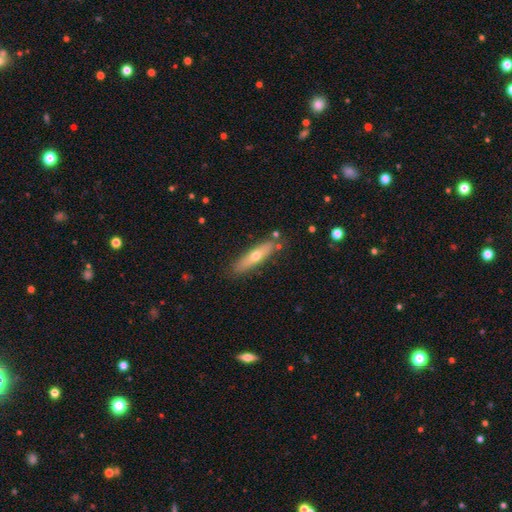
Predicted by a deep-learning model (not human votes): smooth 51%, featured or disk 42%, star or artifact 7%. Down the decision tree: how rounded — cigar-shaped (77%); merging — none (83%).